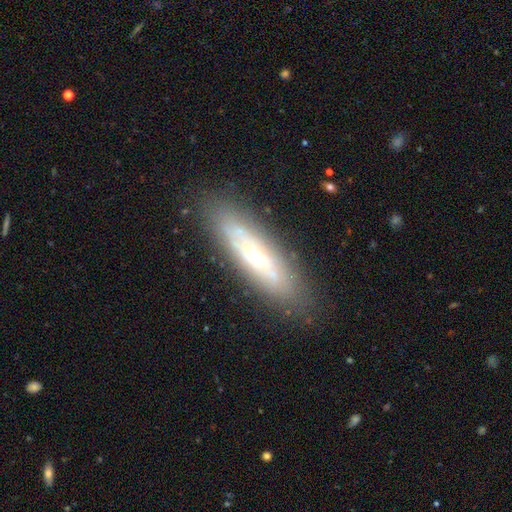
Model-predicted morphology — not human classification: featured or disk 60%, smooth 32%, star or artifact 8%. Down the decision tree: edge-on disk — no (53%); merging — none (83%).